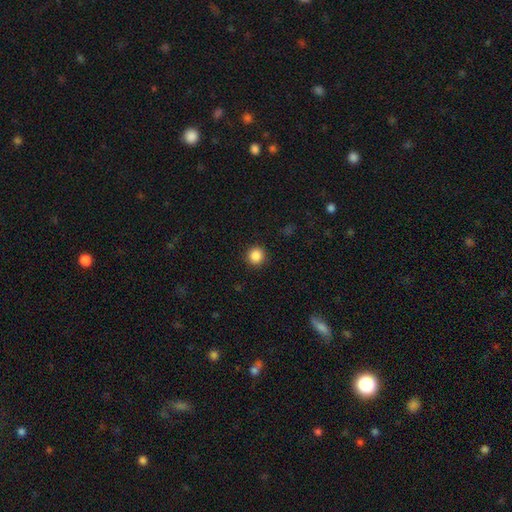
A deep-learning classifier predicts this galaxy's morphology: smooth-or-featured: smooth: 87% | star or artifact: 10% | featured or disk: 3%
  how-rounded: round: 94% | in between: 6% | cigar-shaped: 1%
  merging: none: 92% | minor disturbance: 5% | major disturbance: 2% | merger: 1%